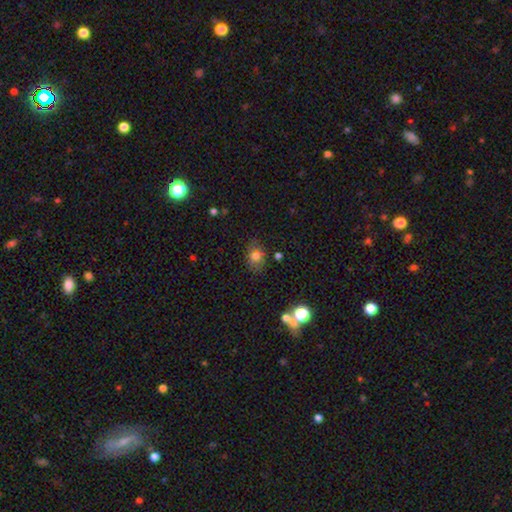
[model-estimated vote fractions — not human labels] Smooth or featured? Predicted: smooth (p=0.77). How rounded? Predicted: in between (p=0.60). Merging? Predicted: none (p=0.74).